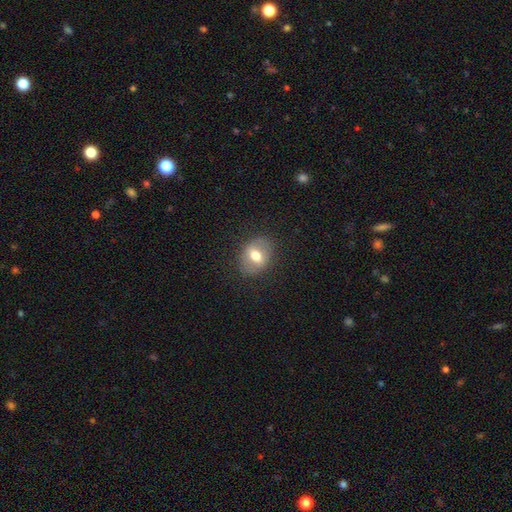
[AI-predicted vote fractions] Smooth or featured? smooth (59%)
How rounded? in between (61%)
Merging? none (83%)